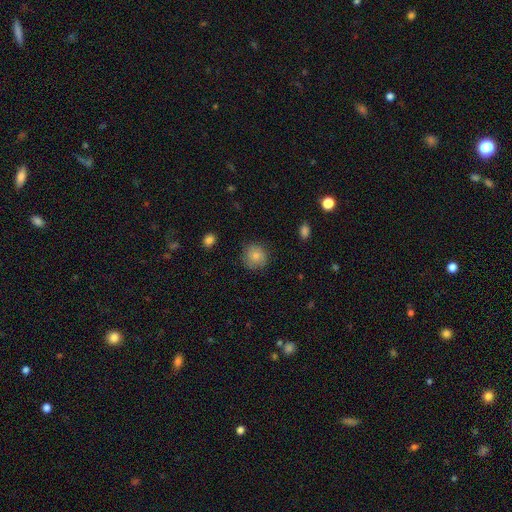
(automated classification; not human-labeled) This is clearly a smooth galaxy (82%). How rounded: clearly round (89%). Merging: clearly none (83%).